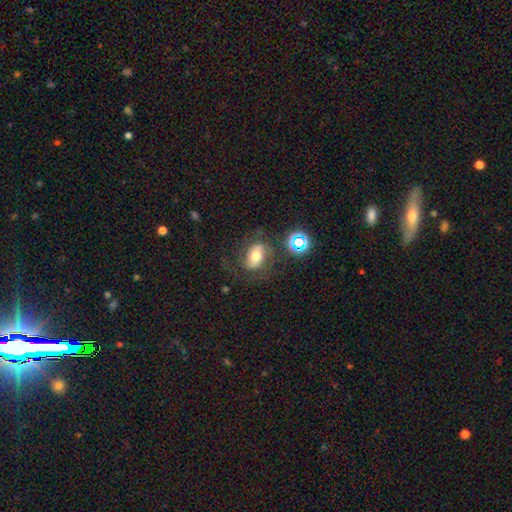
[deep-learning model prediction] smooth_or_featured: featured or disk (p=0.44) [alt: smooth p=0.41]
merging: none (p=0.62) [alt: minor disturbance p=0.18]